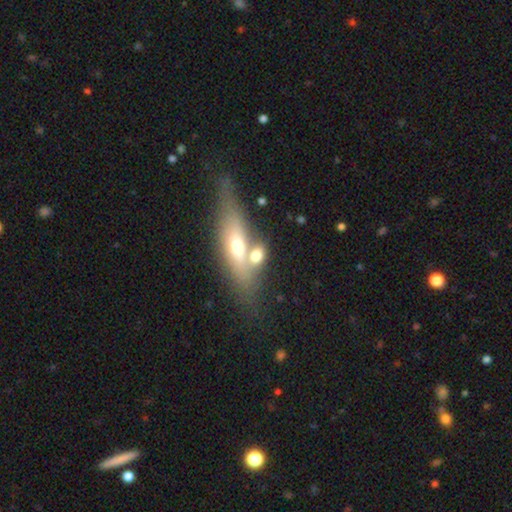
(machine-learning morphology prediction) smooth-or-featured: smooth: 57% | featured or disk: 34% | star or artifact: 9%
  how-rounded: in between: 63% | cigar-shaped: 27% | round: 10%
  merging: merger: 47% | none: 36% | minor disturbance: 10% | major disturbance: 7%